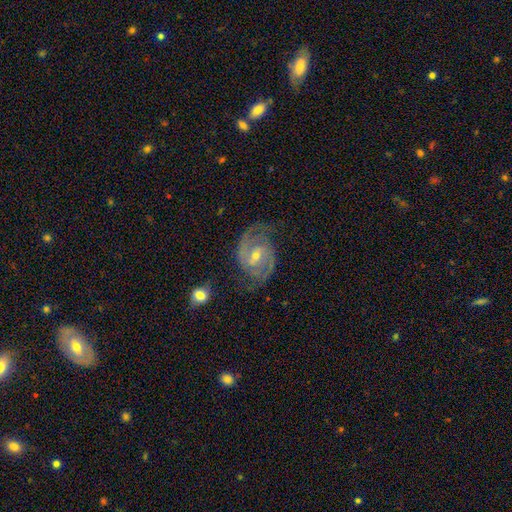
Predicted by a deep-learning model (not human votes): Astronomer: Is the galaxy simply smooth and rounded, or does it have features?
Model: featured or disk — 91%.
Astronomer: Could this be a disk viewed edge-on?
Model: no — 98%.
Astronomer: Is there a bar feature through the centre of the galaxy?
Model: weak — 49% (runner-up: no, 31%).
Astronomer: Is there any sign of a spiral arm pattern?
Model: yes — 98%.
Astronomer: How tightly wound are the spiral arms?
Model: medium — 52% (runner-up: tight, 37%).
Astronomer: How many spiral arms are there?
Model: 2 — 88%.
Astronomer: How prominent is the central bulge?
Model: small — 51% (runner-up: moderate, 46%).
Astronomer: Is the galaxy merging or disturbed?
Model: none — 76%.